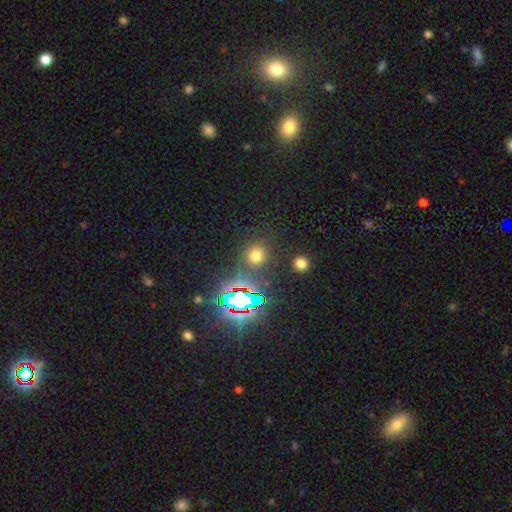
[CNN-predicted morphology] type=smooth (63%); roundness=round (84%); merging=none (82%).